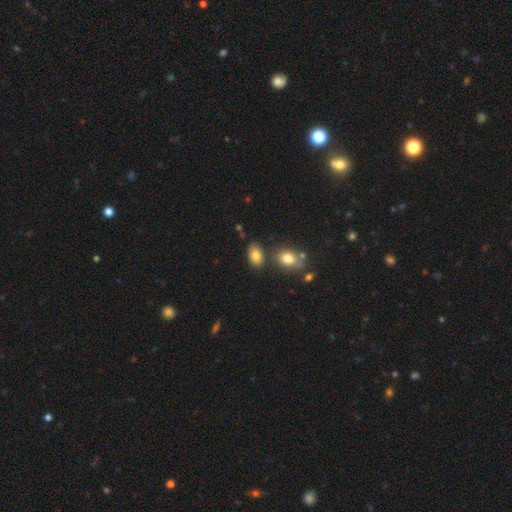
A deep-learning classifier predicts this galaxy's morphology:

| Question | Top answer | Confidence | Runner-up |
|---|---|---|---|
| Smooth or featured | smooth | 80% | featured or disk (10%) |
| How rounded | in between | 89% | round (10%) |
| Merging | none | 72% | minor disturbance (14%) |